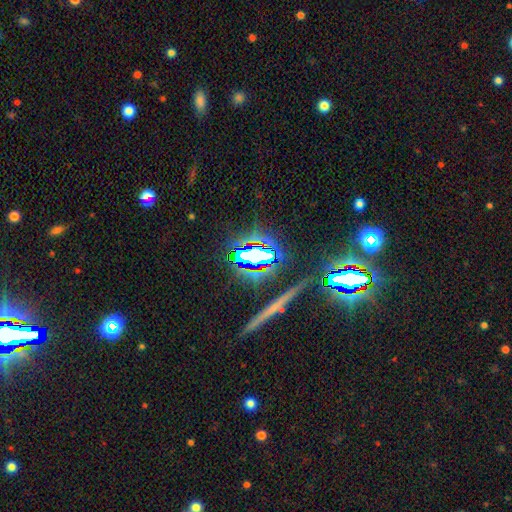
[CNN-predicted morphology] star or artifact 60%, smooth 21%, featured or disk 18%.